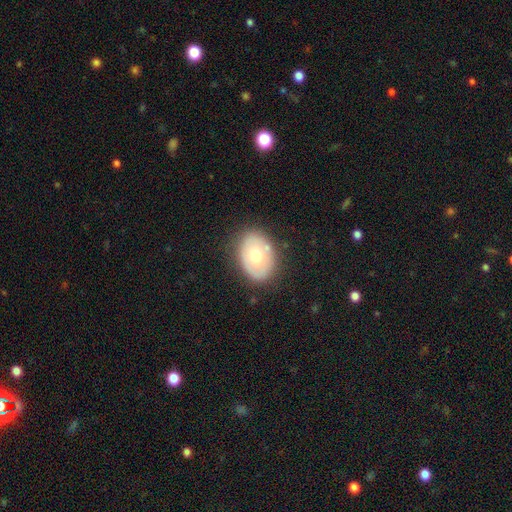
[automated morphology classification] Smooth or featured: smooth — 57% (featured or disk — 37%)
How rounded: in between — 76% (round — 23%)
Merging: none — 78% (minor disturbance — 15%)